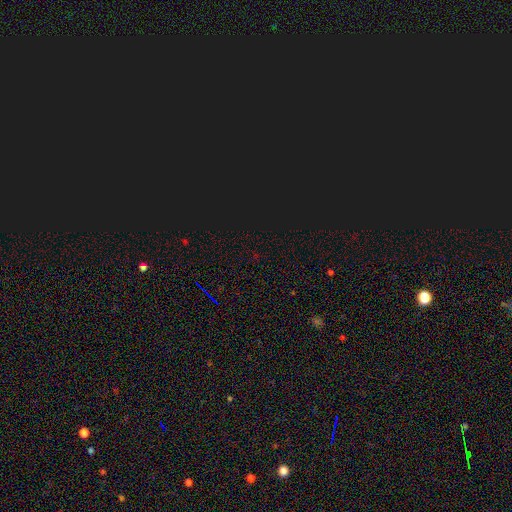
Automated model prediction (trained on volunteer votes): Smooth or featured? star or artifact (79%)